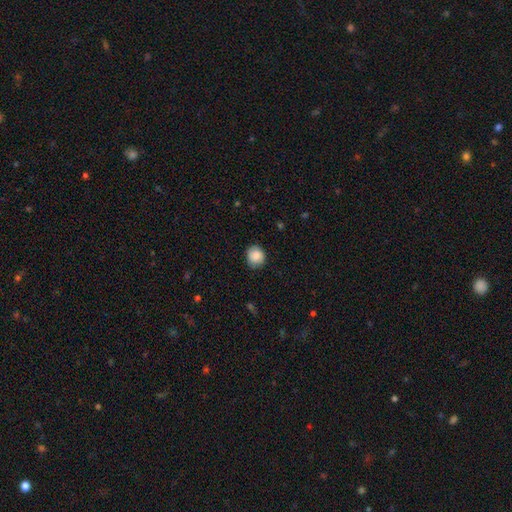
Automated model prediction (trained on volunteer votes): Smooth or featured: smooth — 86% (star or artifact — 7%)
How rounded: round — 78% (in between — 21%)
Merging: none — 82% (minor disturbance — 15%)